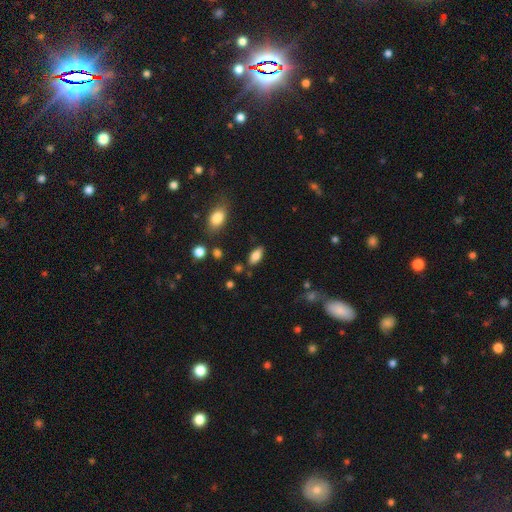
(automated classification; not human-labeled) This appears to be a smooth galaxy with no disk features (83%) that is in between round and cigar-shaped (90%). Merging: none (82%).